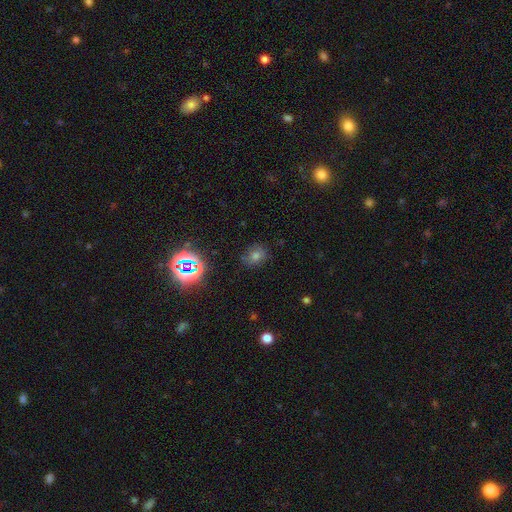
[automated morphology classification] A smooth galaxy with no disk features (57%) that is round (56%).

Vote fractions:
- Smooth or featured? smooth: 57% / star or artifact: 31% / featured or disk: 12%
- How rounded? round: 56% / in between: 43% / cigar-shaped: 1%
- Merging? none: 79% / minor disturbance: 14% / major disturbance: 4% / merger: 2%